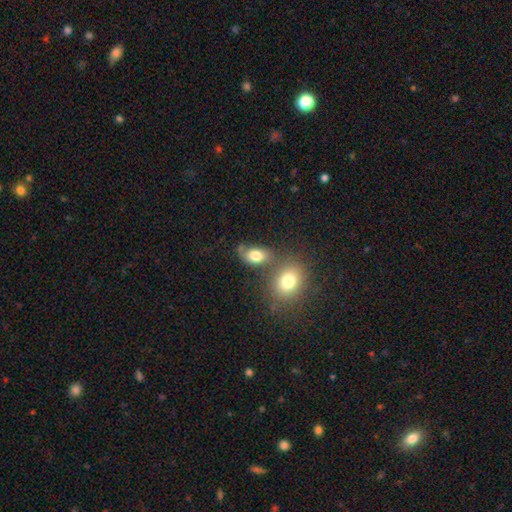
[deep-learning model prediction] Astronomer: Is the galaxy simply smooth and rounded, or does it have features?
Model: smooth — 77%.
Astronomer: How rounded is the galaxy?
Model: in between — 81%.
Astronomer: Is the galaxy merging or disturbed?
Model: none — 46% (runner-up: merger, 29%).